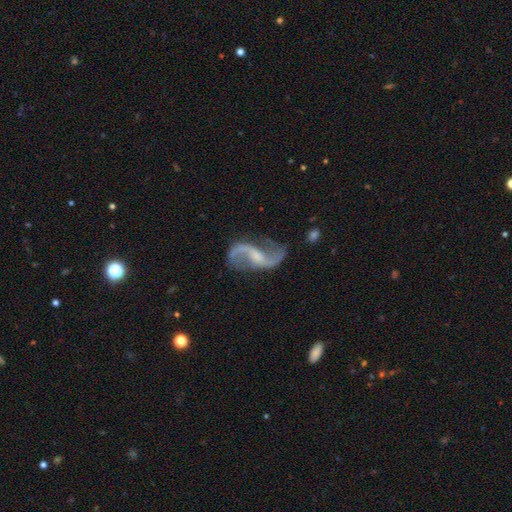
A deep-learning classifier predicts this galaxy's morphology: A featured or disk galaxy (91%) with a weak bar (50%), 2 (94%) loose (77%) spiral arms (97%) and a small central bulge (43%).

Vote fractions:
- Smooth or featured? featured or disk: 91% / star or artifact: 5% / smooth: 4%
- Edge-on disk? no: 97% / yes: 3%
- Bar? weak: 50% / no: 31% / strong: 19%
- Spiral arms? yes: 97% / no: 3%
- Spiral winding? loose: 77% / medium: 19% / tight: 4%
- Spiral arm count? 2: 94% / 1: 2% / can't tell: 1% / 3: 1% / 4: 1% / more than 4: 1%
- Bulge size? small: 43% / moderate: 31% / none: 21% / large: 4% / dominant: 1%
- Merging? none: 77% / minor disturbance: 13% / major disturbance: 7% / merger: 3%